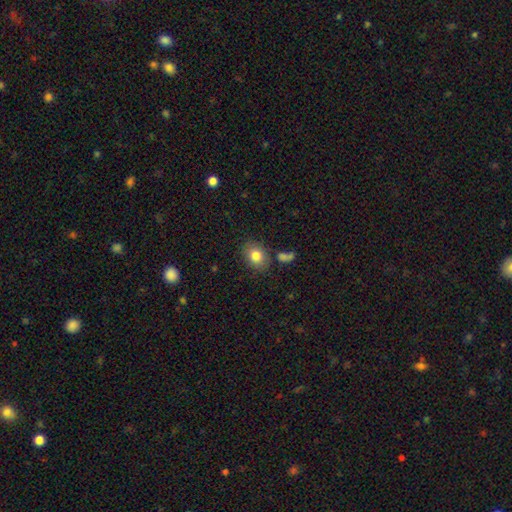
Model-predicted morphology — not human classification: smooth 81%, featured or disk 10%, star or artifact 9%. Down the decision tree: how rounded — in between (62%); merging — none (78%).